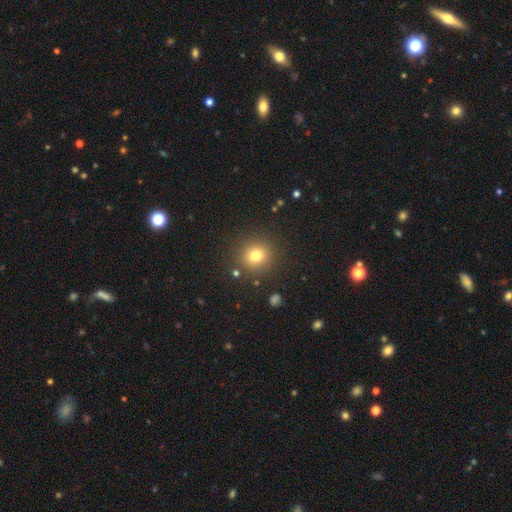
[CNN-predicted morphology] Smooth or featured?
  - smooth: 77% *
  - star or artifact: 15%
  - featured or disk: 8%
How rounded?
  - round: 91% *
  - in between: 8%
  - cigar-shaped: 1%
Merging?
  - none: 88% *
  - minor disturbance: 7%
  - major disturbance: 3%
  - merger: 2%